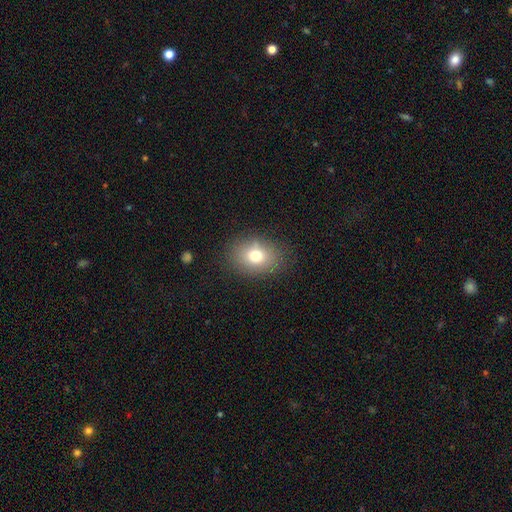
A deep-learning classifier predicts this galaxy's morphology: The model was most divided on "how rounded": in between: 66%, round: 33%, cigar-shaped: 1%. More confident: merging — none (83%); smooth or featured — smooth (75%).